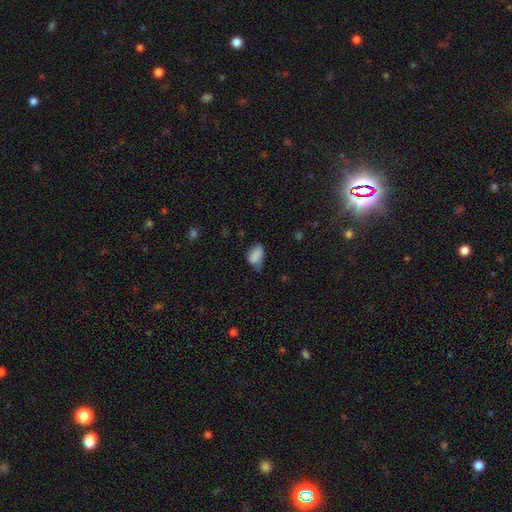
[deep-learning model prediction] Morphology: type=smooth (84%); roundness=in between (87%); merging=none (44%).